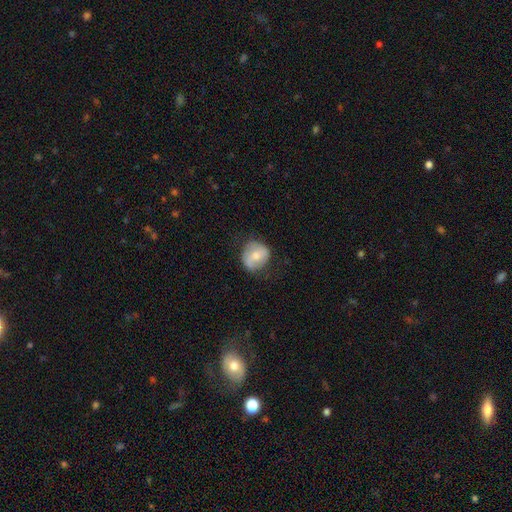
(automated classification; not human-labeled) A smooth galaxy with no disk features (57%) that is round (73%).

Vote fractions:
- Smooth or featured? smooth: 57% / featured or disk: 35% / star or artifact: 7%
- How rounded? round: 73% / in between: 26% / cigar-shaped: 1%
- Merging? none: 68% / minor disturbance: 24% / major disturbance: 7% / merger: 1%